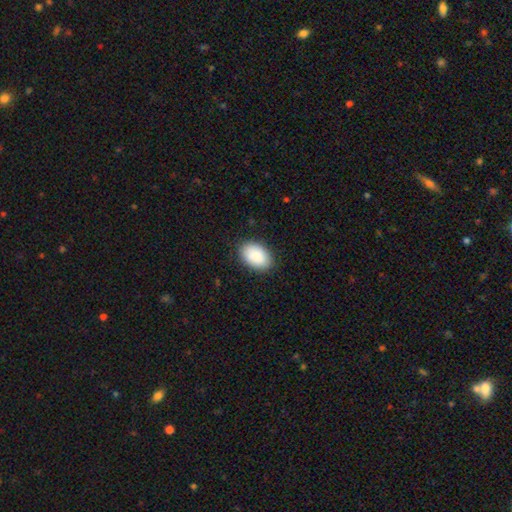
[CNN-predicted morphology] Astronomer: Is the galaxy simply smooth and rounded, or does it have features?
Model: smooth — 90%.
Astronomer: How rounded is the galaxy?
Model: in between — 90%.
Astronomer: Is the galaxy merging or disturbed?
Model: none — 87%.